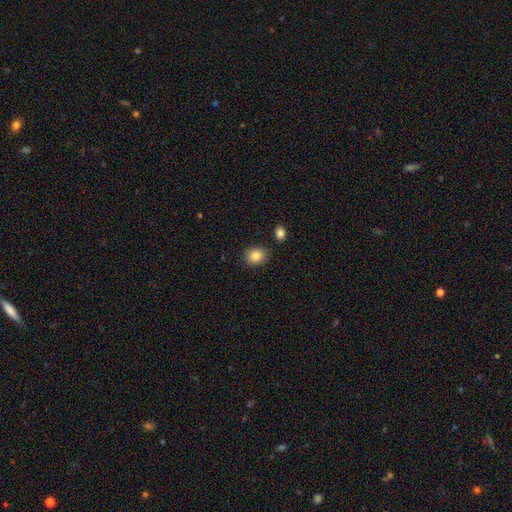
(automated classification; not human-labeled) Smooth or featured? Predicted: smooth (p=0.84). How rounded? Predicted: round (p=0.56). Merging? Predicted: none (p=0.85).